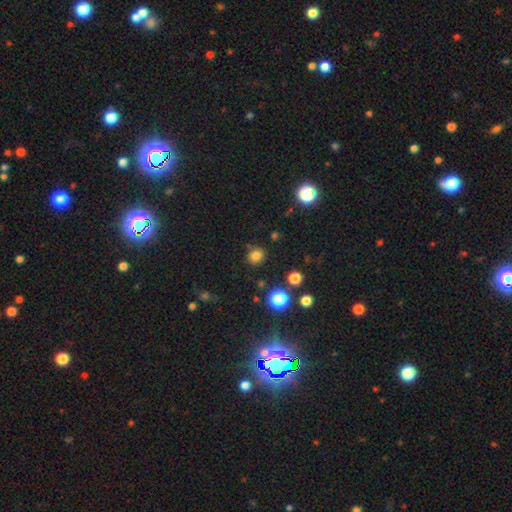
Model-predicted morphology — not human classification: smooth_or_featured: smooth (p=0.80) [alt: star or artifact p=0.16]
how_rounded: round (p=0.86) [alt: in between p=0.13]
merging: none (p=0.83) [alt: minor disturbance p=0.10]